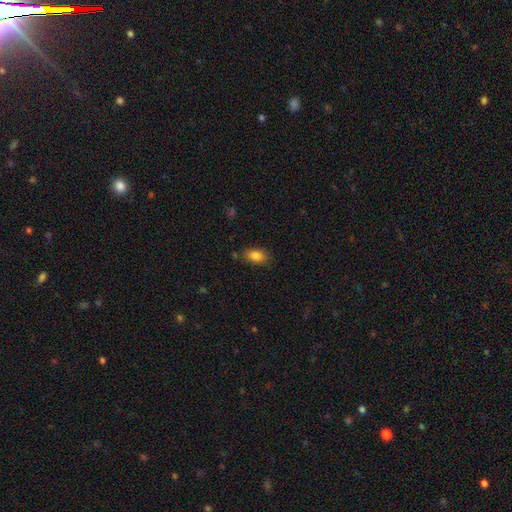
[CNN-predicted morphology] smooth_or_featured: smooth (p=0.85) [alt: star or artifact p=0.09]
how_rounded: in between (p=0.89) [alt: round p=0.08]
merging: none (p=0.79) [alt: minor disturbance p=0.15]